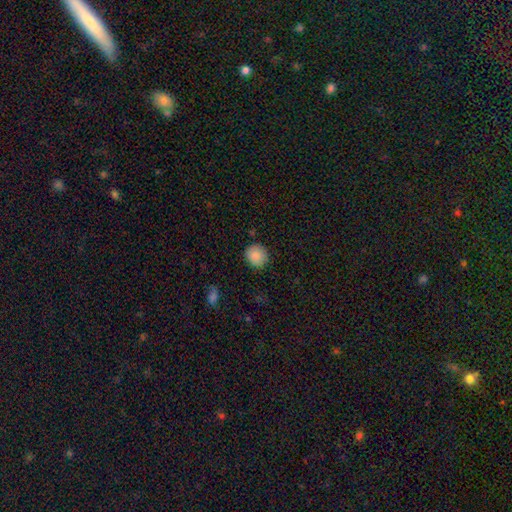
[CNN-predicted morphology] type=smooth (88%); roundness=round (86%); merging=none (87%).